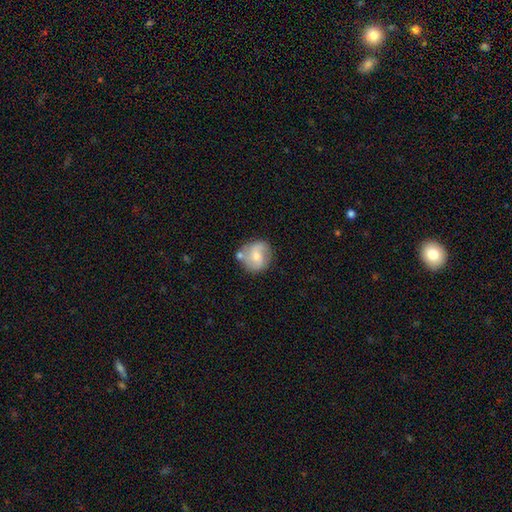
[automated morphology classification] smooth 48%, featured or disk 44%, star or artifact 8%. Down the decision tree: merging — none (61%).